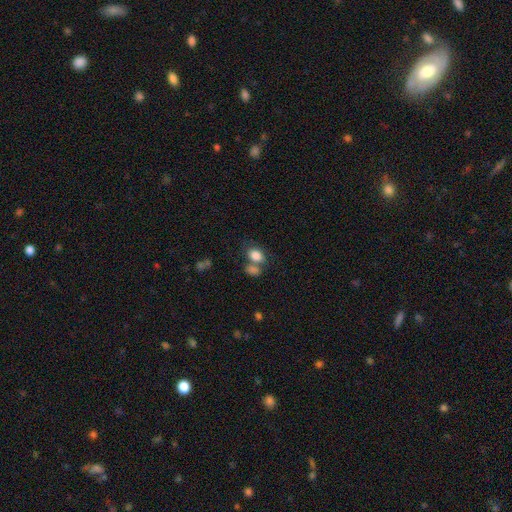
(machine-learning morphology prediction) Smooth or featured: smooth — 82% (star or artifact — 10%)
How rounded: in between — 74% (round — 25%)
Merging: none — 45% (merger — 35%)